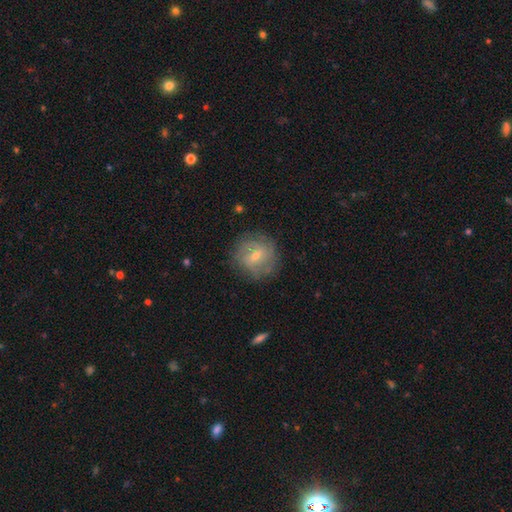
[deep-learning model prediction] Smooth or featured?
  - featured or disk: 57% *
  - smooth: 33%
  - star or artifact: 10%
Edge-on disk?
  - no: 95% *
  - yes: 5%
Bar?
  - weak: 52% *
  - no: 34%
  - strong: 15%
Spiral arms?
  - yes: 71% *
  - no: 29%
Bulge size?
  - small: 59% *
  - moderate: 37%
  - none: 2%
  - large: 2%
  - dominant: 1%
Merging?
  - none: 81% *
  - minor disturbance: 13%
  - major disturbance: 5%
  - merger: 1%